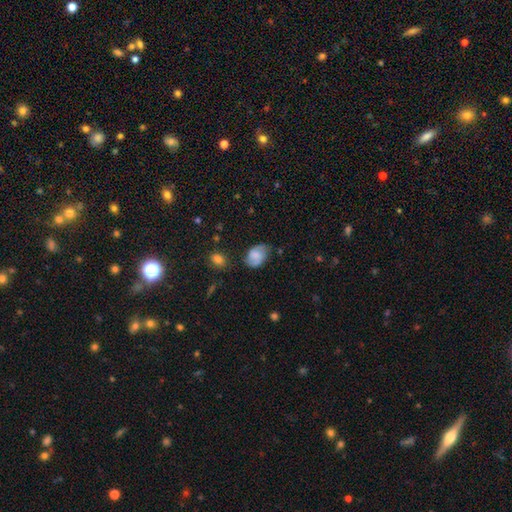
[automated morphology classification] This is possibly a featured or disk galaxy (46%). Merging: likely none (65%).